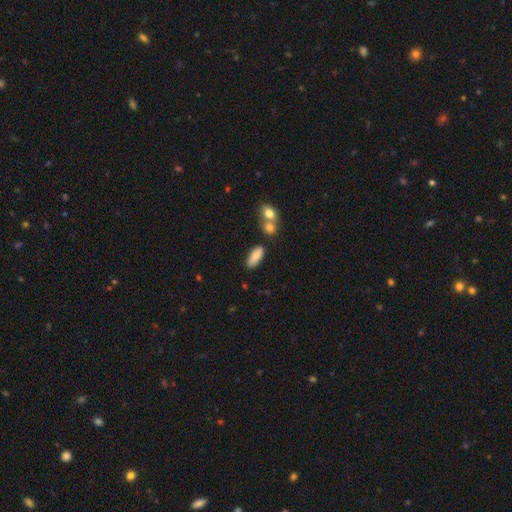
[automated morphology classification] Smooth or featured? smooth (83%)
How rounded? in between (79%)
Merging? none (67%)